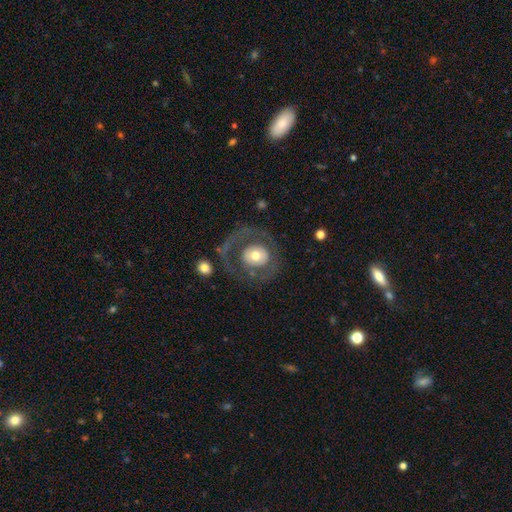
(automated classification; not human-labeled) This is possibly a featured or disk galaxy (50%). Merging: likely none (60%).